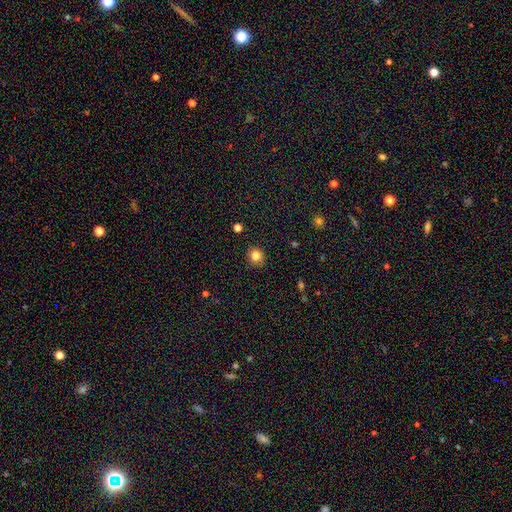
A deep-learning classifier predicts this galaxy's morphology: Smooth or featured? Predicted: smooth (p=0.82). How rounded? Predicted: round (p=0.88). Merging? Predicted: none (p=0.89).